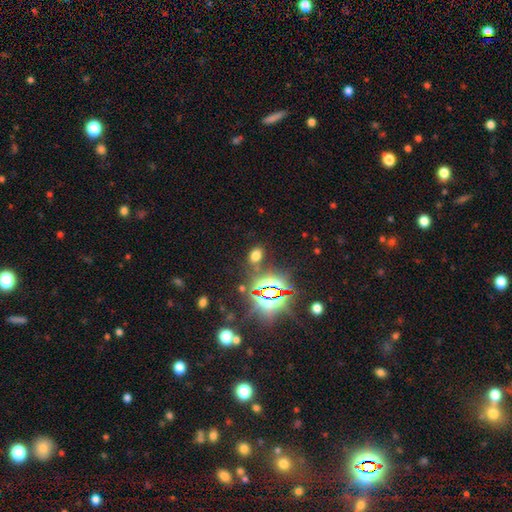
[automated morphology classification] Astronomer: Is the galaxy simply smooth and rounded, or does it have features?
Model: smooth — 56% (runner-up: star or artifact, 37%).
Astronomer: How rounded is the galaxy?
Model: in between — 75%.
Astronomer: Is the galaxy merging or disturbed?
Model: none — 78%.